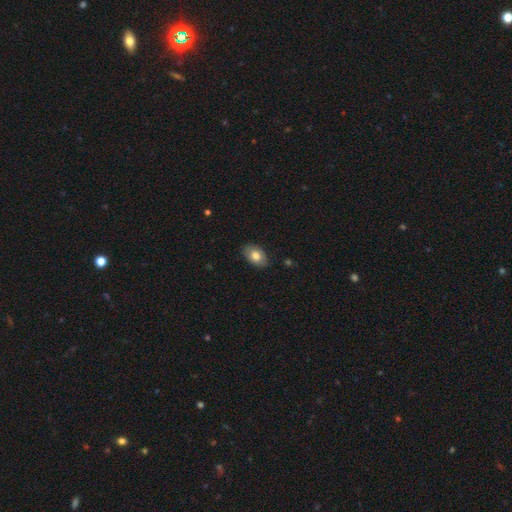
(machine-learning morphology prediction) Overall: smooth (77%). How rounded: in between (89%). Merging: none (85%).